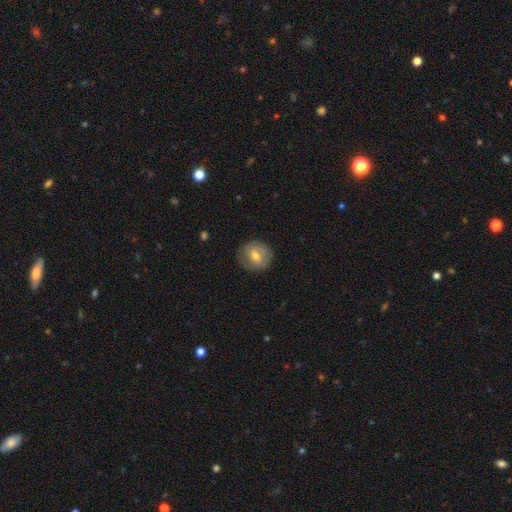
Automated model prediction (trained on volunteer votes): smooth-or-featured: smooth: 56% | featured or disk: 37% | star or artifact: 8%
  how-rounded: round: 86% | in between: 13% | cigar-shaped: 1%
  merging: none: 82% | minor disturbance: 13% | major disturbance: 4% | merger: 1%